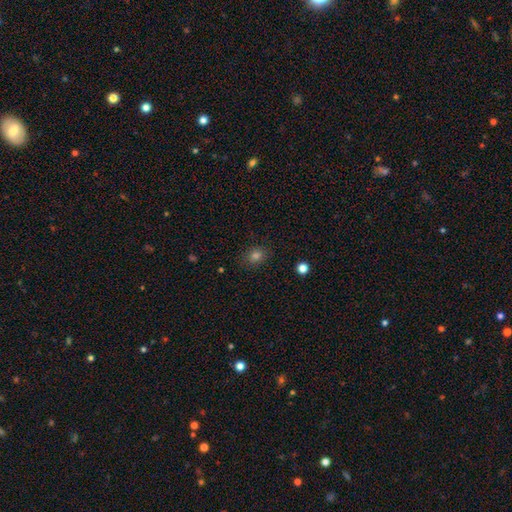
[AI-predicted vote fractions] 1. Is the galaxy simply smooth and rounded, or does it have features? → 78% smooth, 17% star or artifact, 5% featured or disk.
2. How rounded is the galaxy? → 56% round, 43% in between, 1% cigar-shaped.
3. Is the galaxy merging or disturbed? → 86% none, 10% minor disturbance, 3% major disturbance, 1% merger.